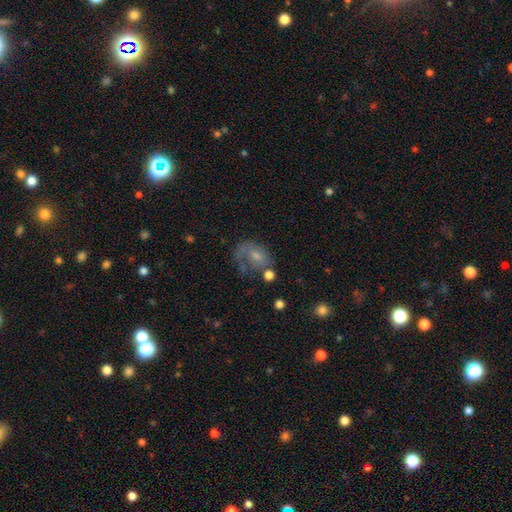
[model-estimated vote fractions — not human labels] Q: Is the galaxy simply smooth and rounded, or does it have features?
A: featured or disk — 52%.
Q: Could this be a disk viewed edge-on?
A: no — 97%.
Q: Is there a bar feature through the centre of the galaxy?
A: no — 69%.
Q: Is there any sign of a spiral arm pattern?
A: yes — 64%.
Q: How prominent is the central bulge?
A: small — 44%.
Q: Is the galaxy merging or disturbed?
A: major disturbance — 38%.